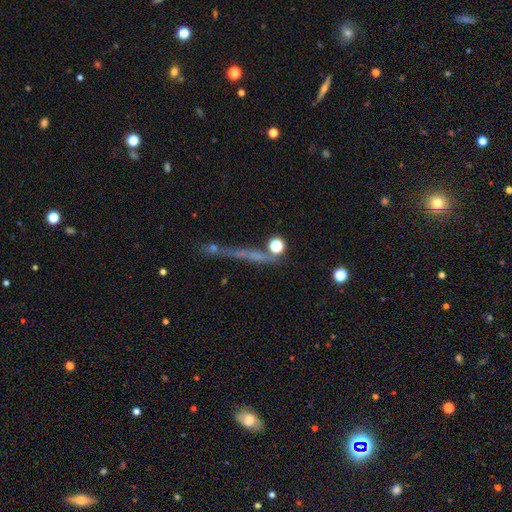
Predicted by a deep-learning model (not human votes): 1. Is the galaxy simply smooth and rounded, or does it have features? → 36% smooth, 33% featured or disk, 31% star or artifact.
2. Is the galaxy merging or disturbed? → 65% none, 13% minor disturbance, 11% merger, 11% major disturbance.